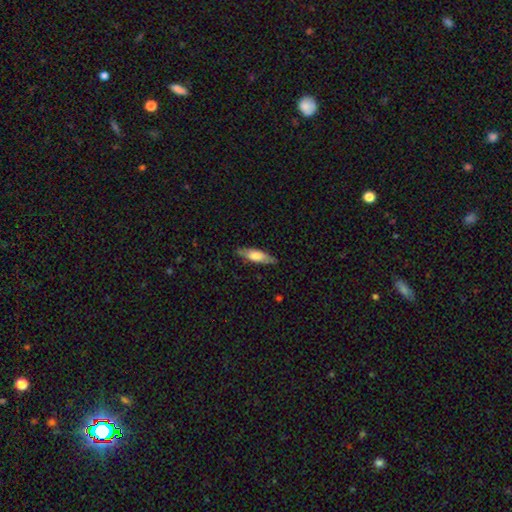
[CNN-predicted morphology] This is likely a smooth galaxy (64%). How rounded: possibly cigar-shaped (53%). Merging: clearly none (82%).